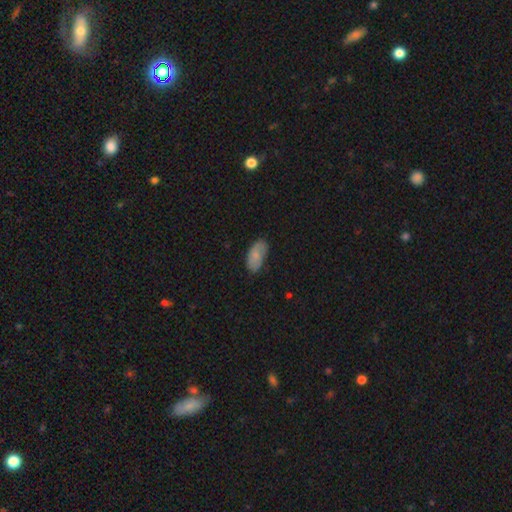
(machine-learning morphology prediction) Smooth or featured?
  - smooth: 74% *
  - featured or disk: 19%
  - star or artifact: 7%
How rounded?
  - in between: 93% *
  - cigar-shaped: 4%
  - round: 3%
Merging?
  - none: 71% *
  - minor disturbance: 23%
  - major disturbance: 5%
  - merger: 1%